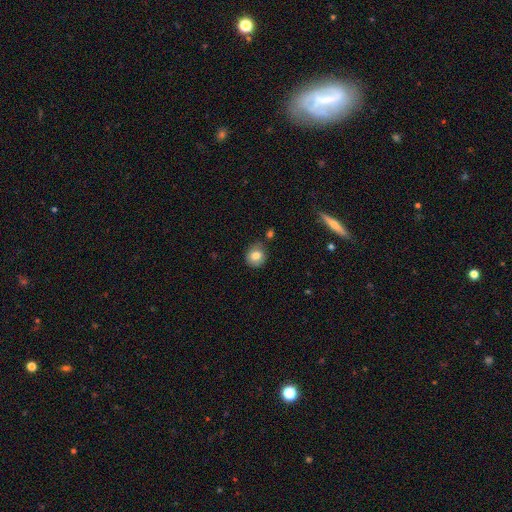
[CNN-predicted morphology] Smooth or featured: smooth — 79% (featured or disk — 11%)
How rounded: round — 82% (in between — 17%)
Merging: none — 74% (minor disturbance — 17%)